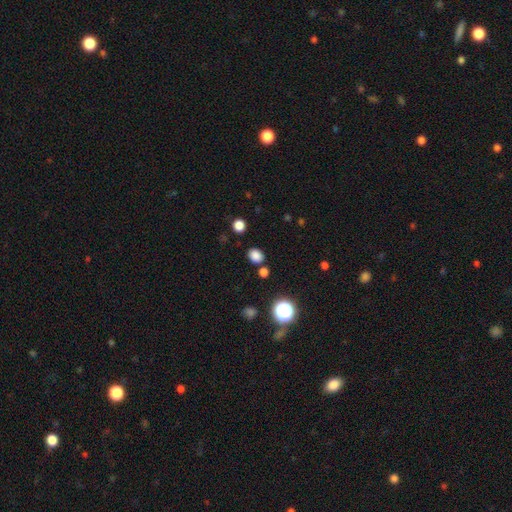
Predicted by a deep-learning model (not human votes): This is clearly a smooth galaxy (81%). How rounded: possibly in between (54%). Merging: clearly none (82%).